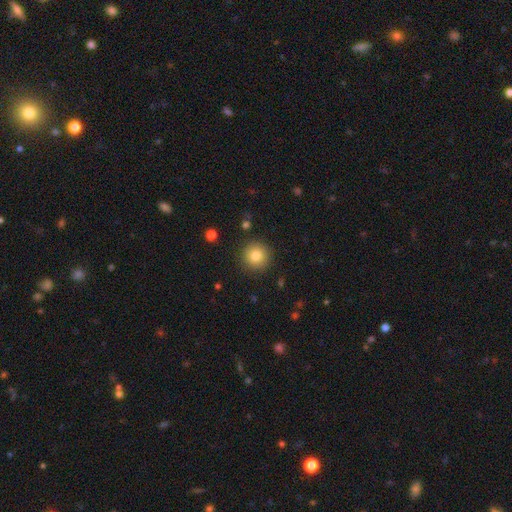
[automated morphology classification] Smooth or featured: smooth — 83% (star or artifact — 10%)
How rounded: round — 95% (in between — 4%)
Merging: none — 90% (minor disturbance — 6%)